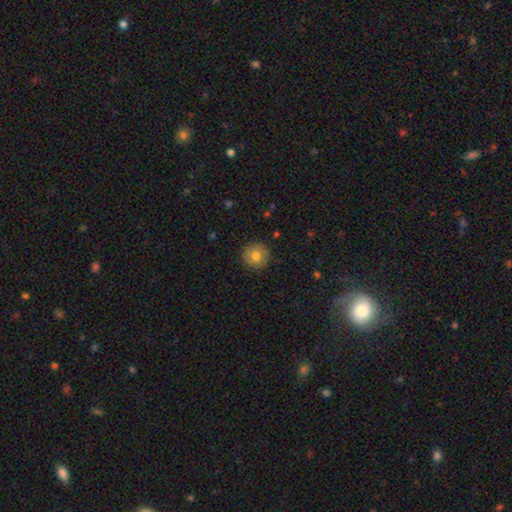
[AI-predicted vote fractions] A smooth galaxy with no disk features (78%) that is round (94%). Merging: none (89%).